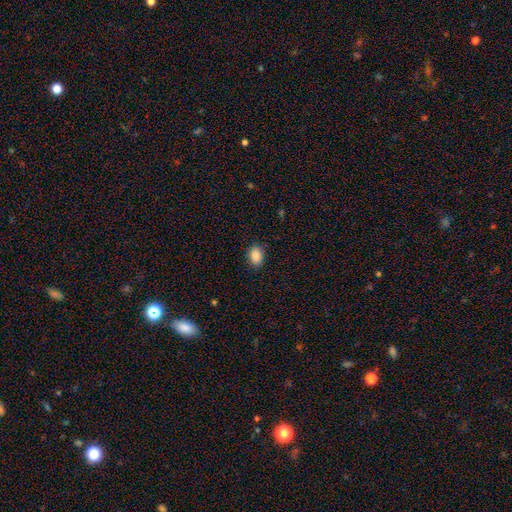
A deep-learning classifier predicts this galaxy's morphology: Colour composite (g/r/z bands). It shows a smooth galaxy with no disk features (88%) that is in between round and cigar-shaped (78%). Merging: none (84%).